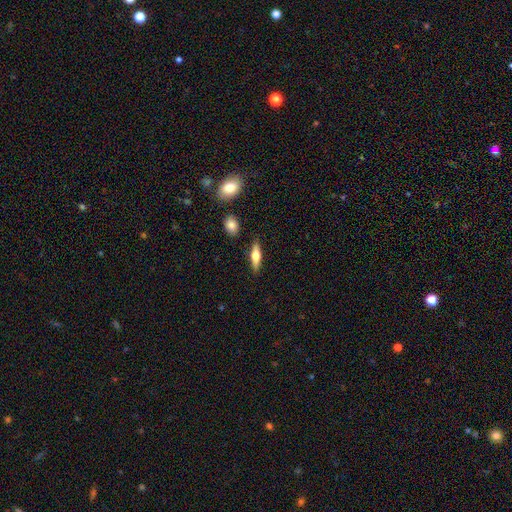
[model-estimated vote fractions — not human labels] smooth_or_featured: smooth (p=0.49) [alt: featured or disk p=0.45]
merging: none (p=0.87) [alt: minor disturbance p=0.09]